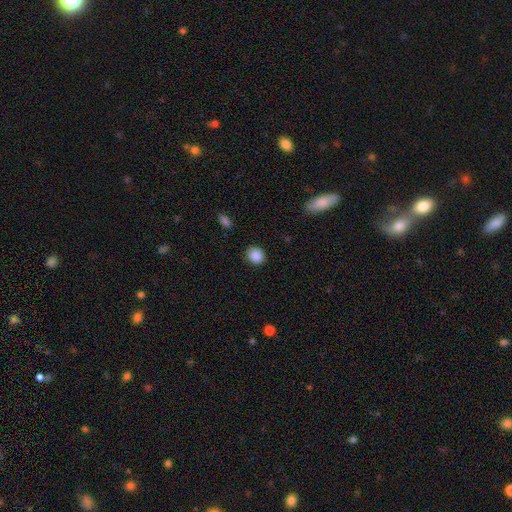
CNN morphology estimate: smooth_or_featured: smooth (p=0.89) [alt: star or artifact p=0.08]
how_rounded: round (p=0.75) [alt: in between p=0.24]
merging: none (p=0.89) [alt: minor disturbance p=0.08]